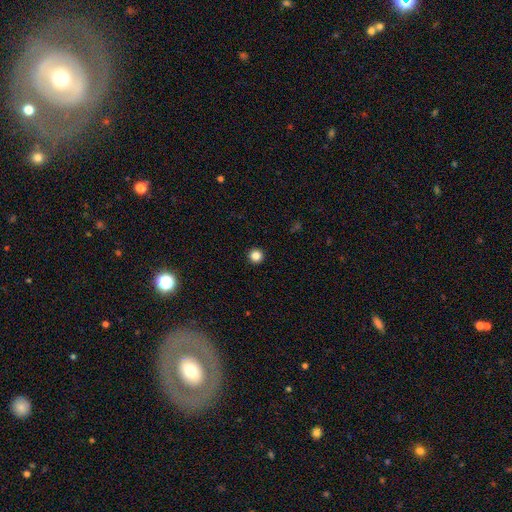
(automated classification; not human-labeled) Overall: smooth (85%). How rounded: round (97%). Merging: none (94%).